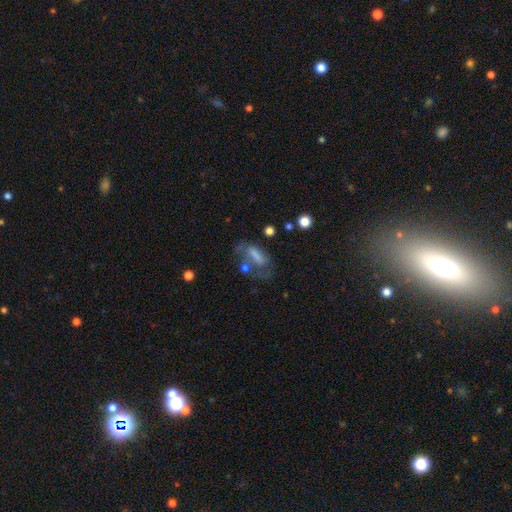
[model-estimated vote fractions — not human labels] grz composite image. It shows a smooth galaxy with no disk features (58%) that is in between round and cigar-shaped (70%). Merging: none (35%).